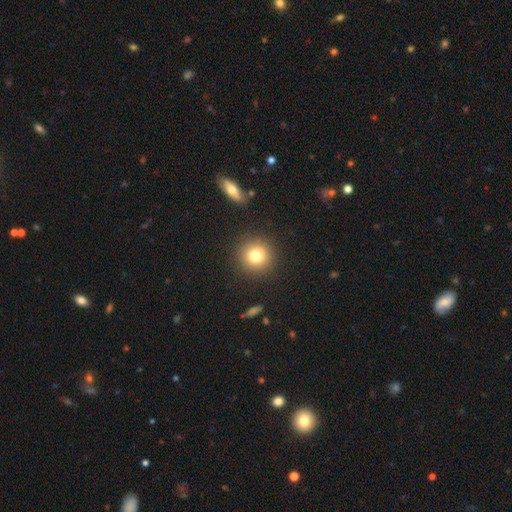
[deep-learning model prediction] smooth 76%, star or artifact 12%, featured or disk 11%. Down the decision tree: how rounded — round (93%); merging — none (88%).